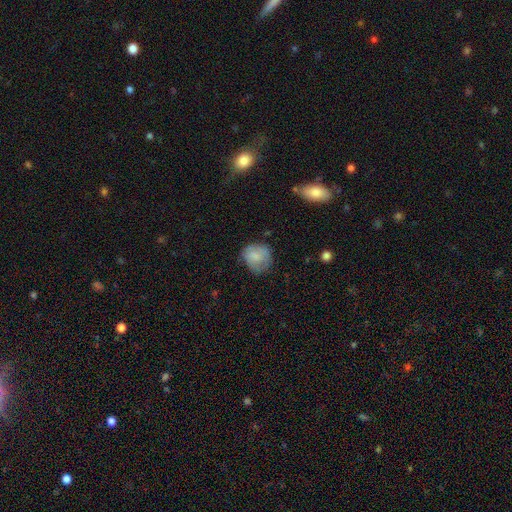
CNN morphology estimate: The model was most divided on "merging": none: 60%, minor disturbance: 28%, major disturbance: 11%, merger: 2%. More confident: how rounded — round (75%); smooth or featured — smooth (73%).